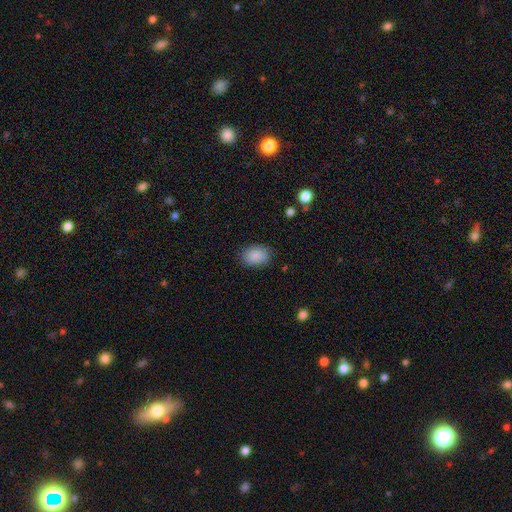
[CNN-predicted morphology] smooth 88%, star or artifact 7%, featured or disk 5%. Down the decision tree: how rounded — in between (81%); merging — none (84%).